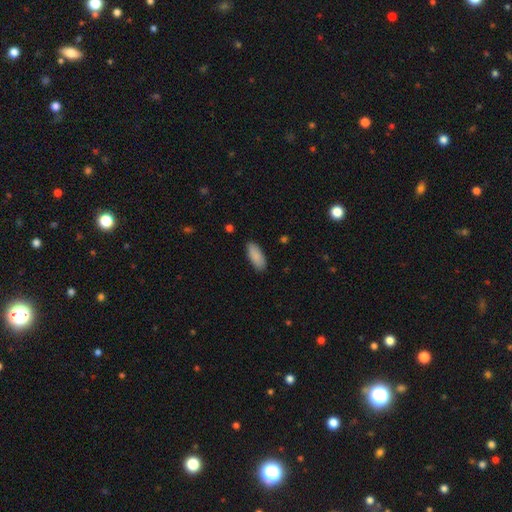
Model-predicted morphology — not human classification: This appears to be a smooth galaxy with no disk features (90%) that is in between round and cigar-shaped (83%). Merging: none (87%).